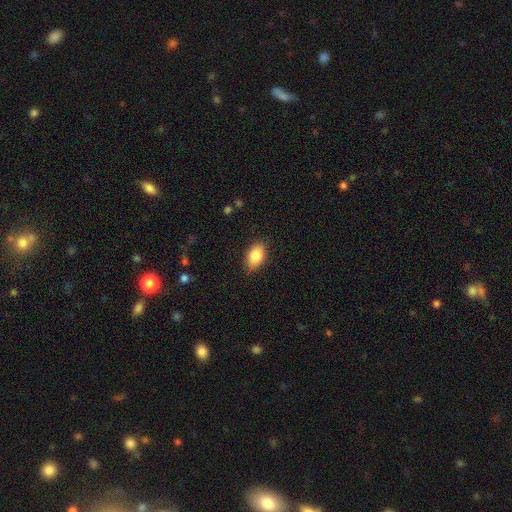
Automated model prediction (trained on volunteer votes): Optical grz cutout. It shows a smooth galaxy with no disk features (84%) that is in between round and cigar-shaped (88%). Merging: none (83%).